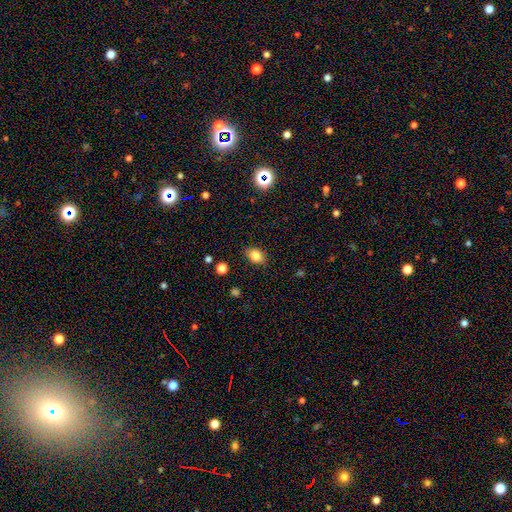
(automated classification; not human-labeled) A smooth galaxy with no disk features (84%) that is in between round and cigar-shaped (76%). Merging: none (85%).